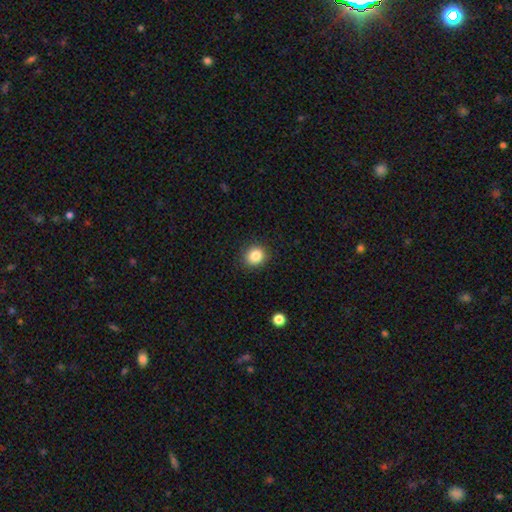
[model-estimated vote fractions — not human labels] smooth_or_featured: smooth (p=0.85) [alt: star or artifact p=0.10]
how_rounded: round (p=0.80) [alt: in between p=0.19]
merging: none (p=0.90) [alt: minor disturbance p=0.07]